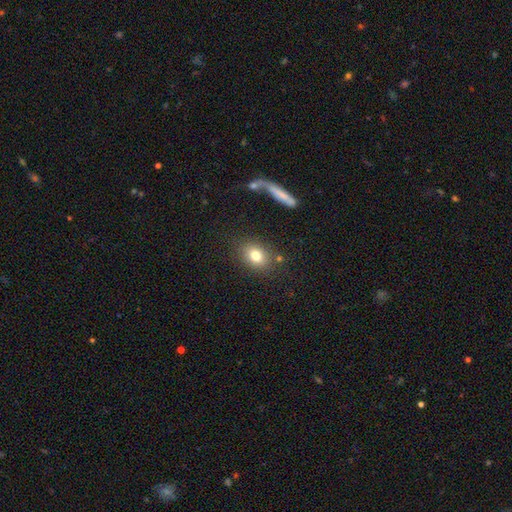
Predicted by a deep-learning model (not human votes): Morphology: type=smooth (78%); roundness=in between (58%); merging=none (80%).